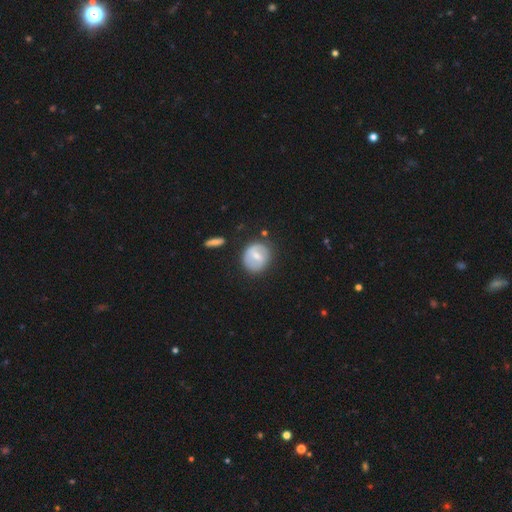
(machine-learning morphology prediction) This is possibly a smooth galaxy (51%). How rounded: likely round (78%). Merging: likely none (78%).